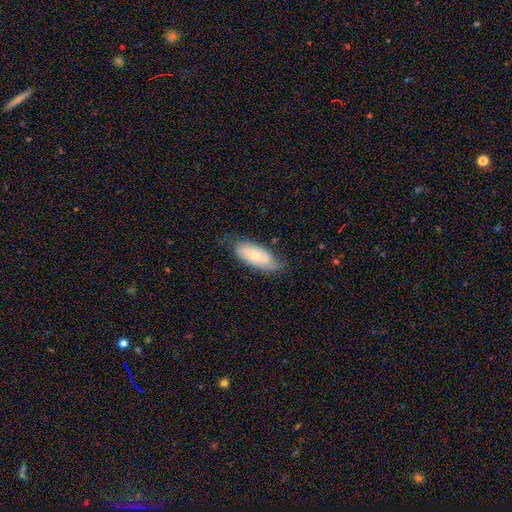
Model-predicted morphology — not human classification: Smooth or featured?
  - featured or disk: 49% *
  - smooth: 44%
  - star or artifact: 7%
Merging?
  - none: 66% *
  - minor disturbance: 26%
  - major disturbance: 7%
  - merger: 1%